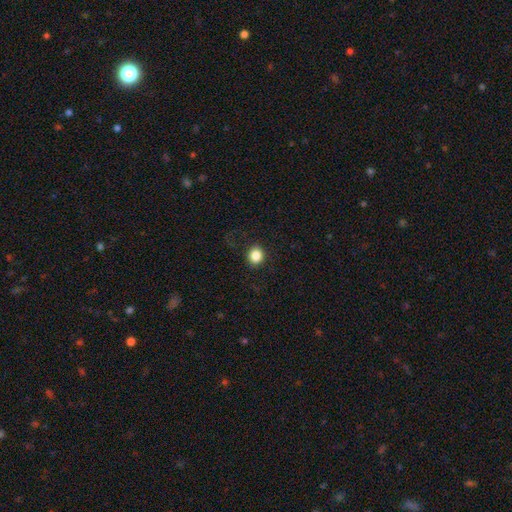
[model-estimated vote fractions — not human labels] smooth_or_featured: smooth (p=0.85) [alt: star or artifact p=0.10]
how_rounded: round (p=0.77) [alt: in between p=0.22]
merging: none (p=0.88) [alt: minor disturbance p=0.08]